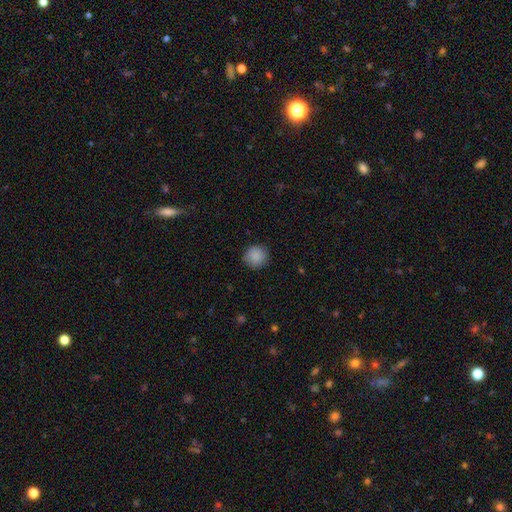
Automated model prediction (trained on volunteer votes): Smooth or featured? smooth (88%)
How rounded? round (93%)
Merging? none (89%)